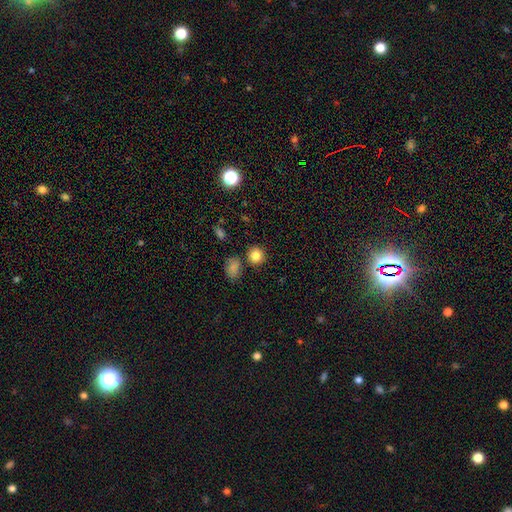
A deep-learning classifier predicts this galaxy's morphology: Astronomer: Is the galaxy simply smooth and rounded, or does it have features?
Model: smooth — 82%.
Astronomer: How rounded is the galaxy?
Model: round — 87%.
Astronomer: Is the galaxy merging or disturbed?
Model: none — 83%.